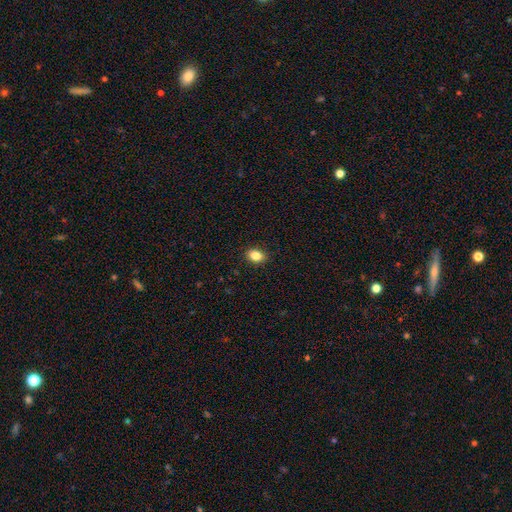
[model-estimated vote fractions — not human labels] Smooth or featured: smooth — 85% (star or artifact — 10%)
How rounded: in between — 72% (round — 27%)
Merging: none — 90% (minor disturbance — 7%)